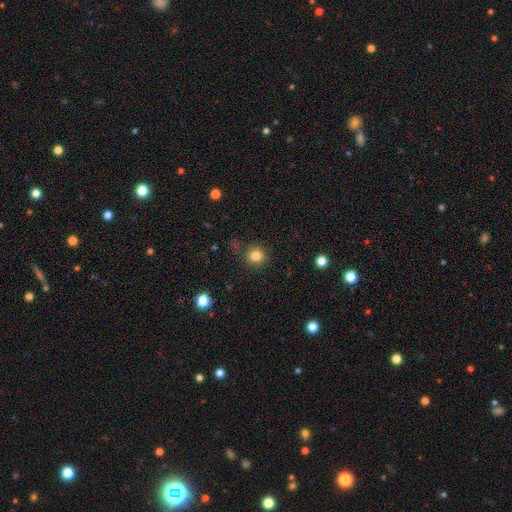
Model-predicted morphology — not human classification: Smooth or featured?
  - smooth: 83% *
  - star or artifact: 12%
  - featured or disk: 5%
How rounded?
  - round: 92% *
  - in between: 7%
  - cigar-shaped: 1%
Merging?
  - none: 84% *
  - minor disturbance: 10%
  - major disturbance: 4%
  - merger: 3%